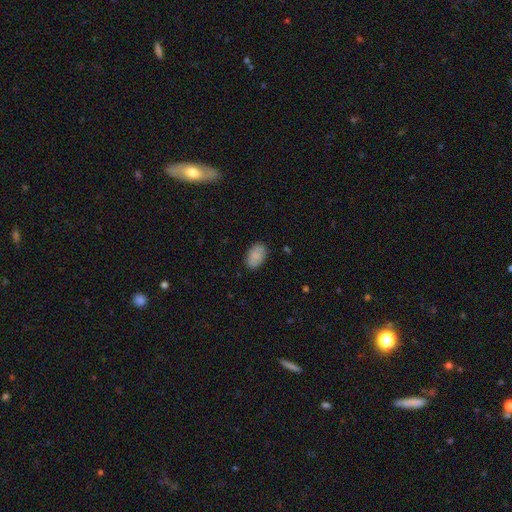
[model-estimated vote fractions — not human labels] Smooth or featured?
  - smooth: 86% *
  - star or artifact: 7%
  - featured or disk: 7%
How rounded?
  - in between: 91% *
  - round: 8%
  - cigar-shaped: 1%
Merging?
  - none: 85% *
  - minor disturbance: 12%
  - major disturbance: 3%
  - merger: 1%